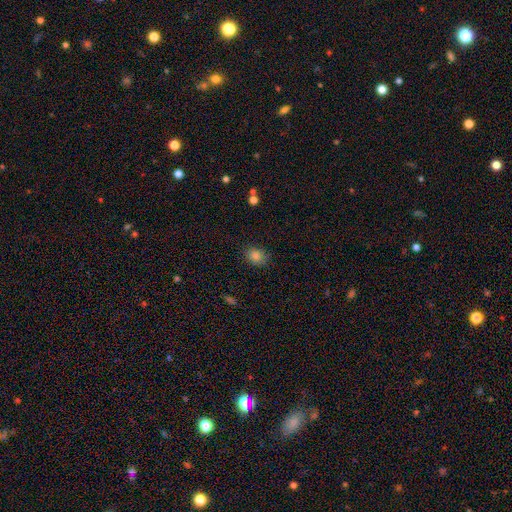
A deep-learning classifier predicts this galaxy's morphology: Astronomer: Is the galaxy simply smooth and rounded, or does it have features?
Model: smooth — 83%.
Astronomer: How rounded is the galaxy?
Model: in between — 50% (runner-up: round, 49%).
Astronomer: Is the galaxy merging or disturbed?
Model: none — 83%.